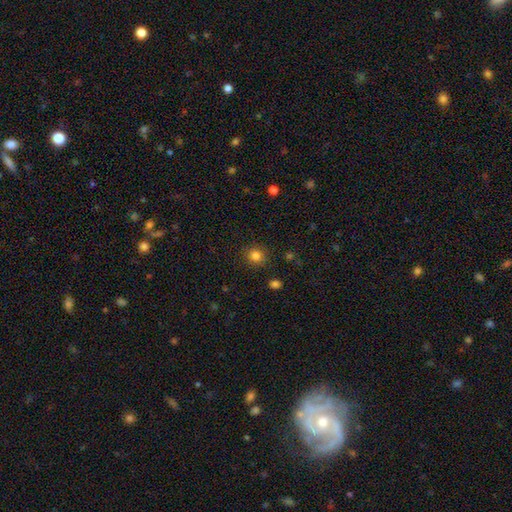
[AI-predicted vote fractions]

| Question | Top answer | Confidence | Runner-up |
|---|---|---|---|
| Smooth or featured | smooth | 83% | star or artifact (12%) |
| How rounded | round | 86% | in between (13%) |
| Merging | none | 89% | minor disturbance (7%) |